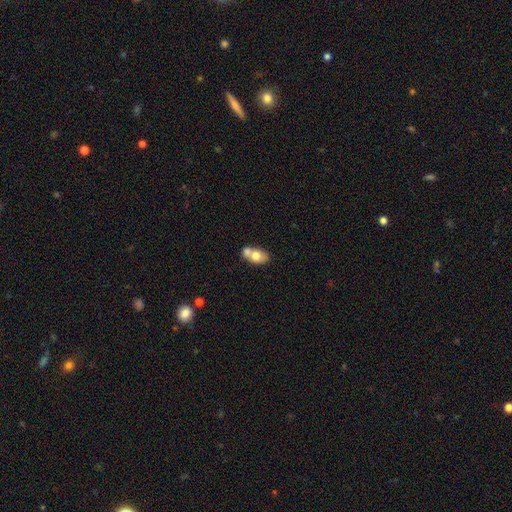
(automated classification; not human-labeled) Smooth or featured? Predicted: smooth (p=0.70). How rounded? Predicted: in between (p=0.77). Merging? Predicted: merger (p=0.56).